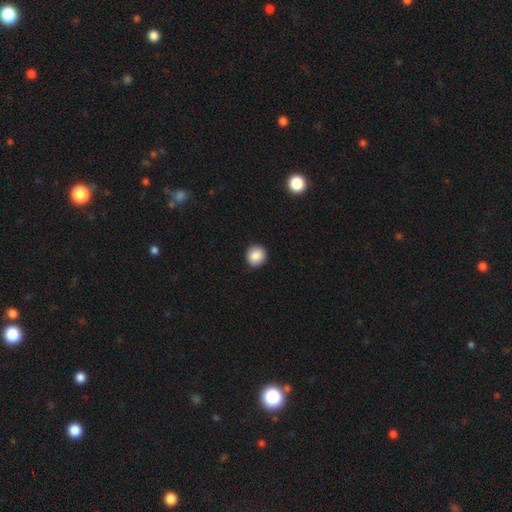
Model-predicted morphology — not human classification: smooth 88%, star or artifact 8%, featured or disk 4%. Down the decision tree: how rounded — round (92%); merging — none (91%).